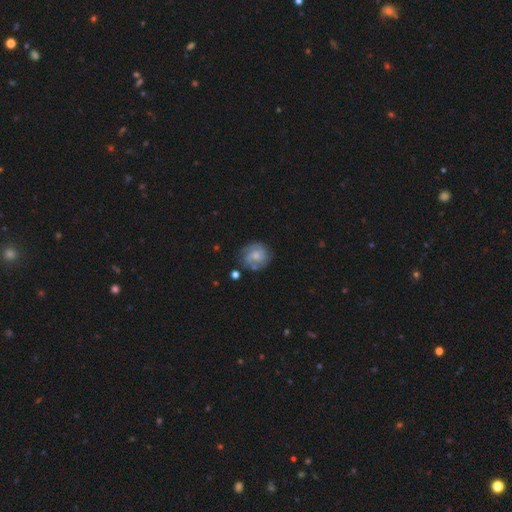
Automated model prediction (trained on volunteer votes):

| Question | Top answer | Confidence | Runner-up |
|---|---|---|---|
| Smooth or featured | featured or disk | 71% | smooth (23%) |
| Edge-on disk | no | 98% | yes (2%) |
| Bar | no | 64% | weak (31%) |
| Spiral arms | yes | 92% | no (8%) |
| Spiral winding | tight | 49% | medium (39%) |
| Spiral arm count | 2 | 47% | 3 (21%) |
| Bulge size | small | 43% | moderate (39%) |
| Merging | none | 72% | minor disturbance (18%) |